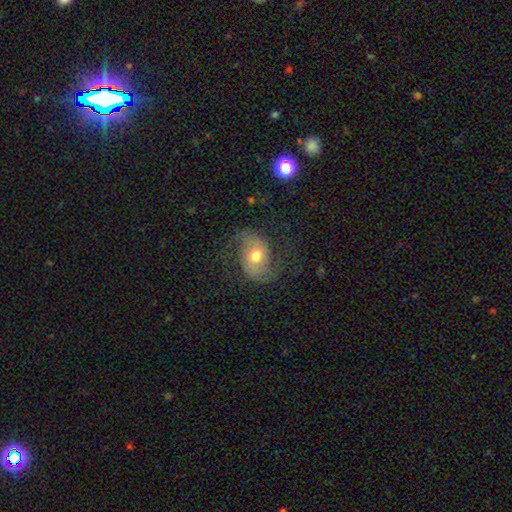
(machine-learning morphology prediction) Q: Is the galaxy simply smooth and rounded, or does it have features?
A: featured or disk — 74%.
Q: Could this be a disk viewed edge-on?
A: no — 97%.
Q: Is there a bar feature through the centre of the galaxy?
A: no — 58%.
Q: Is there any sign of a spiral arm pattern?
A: yes — 92%.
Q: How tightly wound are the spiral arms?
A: loose — 54%.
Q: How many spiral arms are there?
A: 2 — 90%.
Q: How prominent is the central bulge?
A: moderate — 73%.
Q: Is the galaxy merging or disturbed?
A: none — 67%.